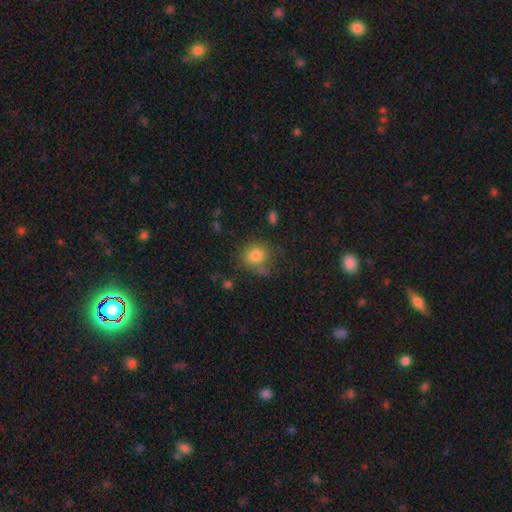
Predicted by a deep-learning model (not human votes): This appears to be a smooth galaxy with no disk features (81%) that is round (78%). Merging: none (64%).